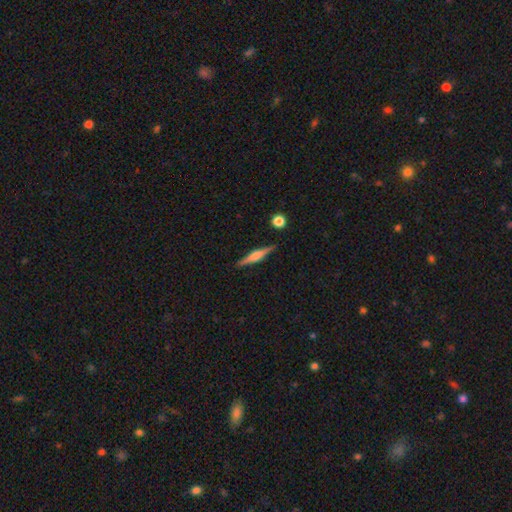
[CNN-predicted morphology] smooth-or-featured: featured or disk: 68% | smooth: 26% | star or artifact: 7%
  disk-edge-on: yes: 98% | no: 2%
    edge-on-bulge: rounded: 68% | boxy: 25% | none: 7%
  merging: none: 89% | minor disturbance: 8% | major disturbance: 2% | merger: 2%